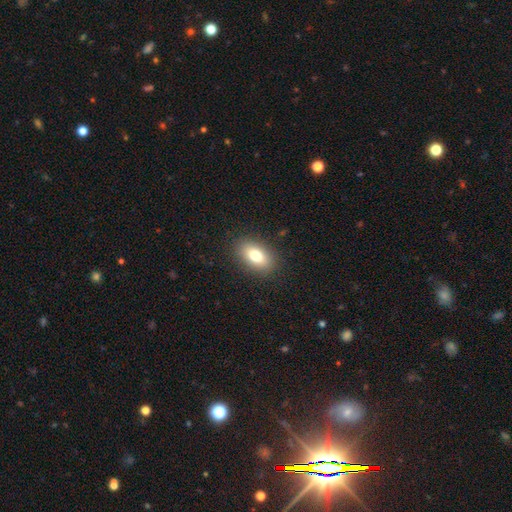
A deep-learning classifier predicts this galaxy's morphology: This appears to be a smooth galaxy with no disk features (78%) that is in between round and cigar-shaped (88%). Merging: none (88%).